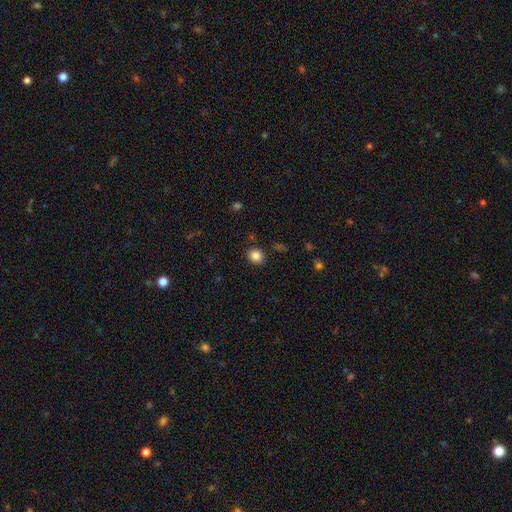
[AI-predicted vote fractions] Q: Smooth or featured?
A: smooth (85%); runner-up: star or artifact (11%)
Q: How rounded?
A: round (73%); runner-up: in between (26%)
Q: Merging?
A: none (87%); runner-up: minor disturbance (9%)